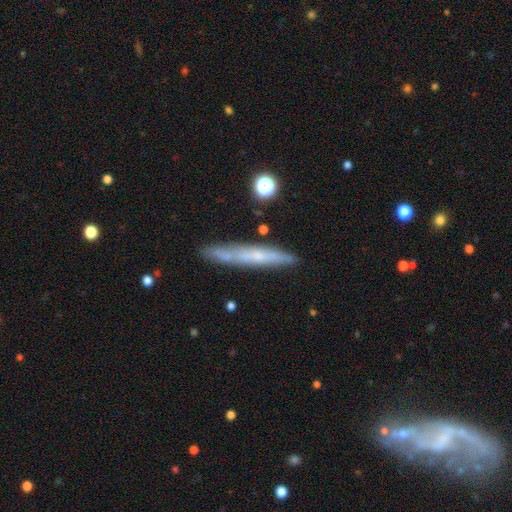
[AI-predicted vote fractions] featured or disk 49%, smooth 43%, star or artifact 7%. Down the decision tree: merging — none (78%).